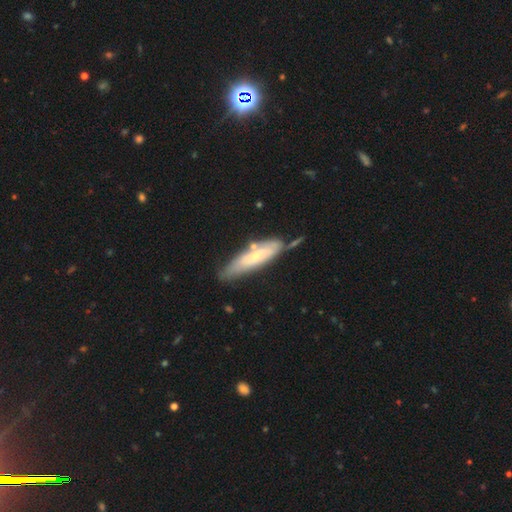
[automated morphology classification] Q: Smooth or featured?
A: featured or disk (47%); tied with: smooth (47%)
Q: Merging?
A: none (60%); runner-up: minor disturbance (22%)